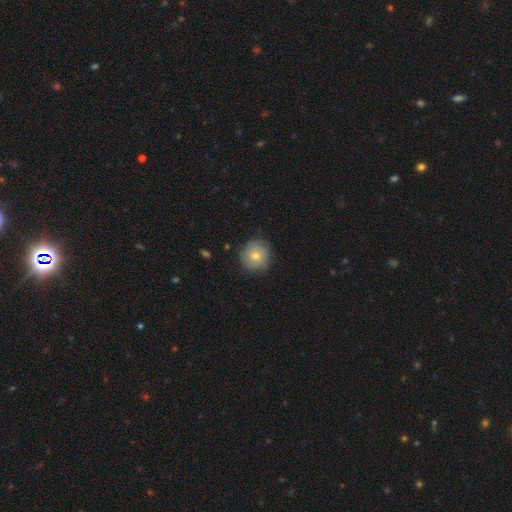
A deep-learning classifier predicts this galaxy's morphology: Smooth or featured? Predicted: smooth (p=0.74). How rounded? Predicted: round (p=0.90). Merging? Predicted: none (p=0.82).